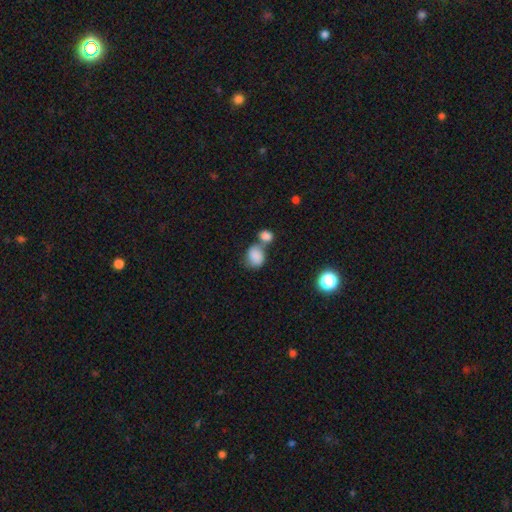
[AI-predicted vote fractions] smooth-or-featured: smooth: 83% | featured or disk: 9% | star or artifact: 8%
  how-rounded: in between: 52% | round: 47% | cigar-shaped: 1%
  merging: merger: 54% | none: 29% | minor disturbance: 12% | major disturbance: 6%